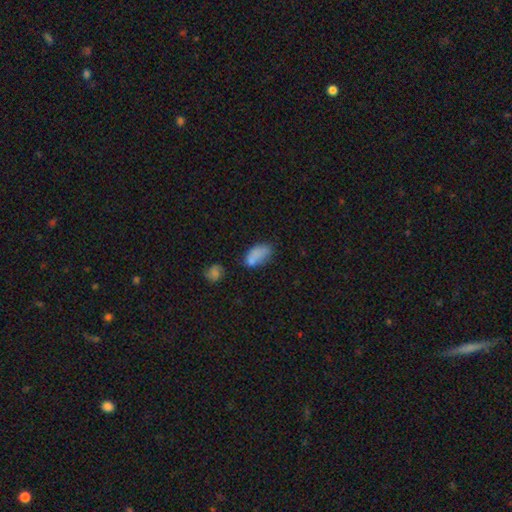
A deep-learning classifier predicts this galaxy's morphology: Smooth or featured?
  - smooth: 79% *
  - featured or disk: 11%
  - star or artifact: 10%
How rounded?
  - in between: 91% *
  - round: 5%
  - cigar-shaped: 4%
Merging?
  - none: 46% *
  - minor disturbance: 27%
  - merger: 15%
  - major disturbance: 12%